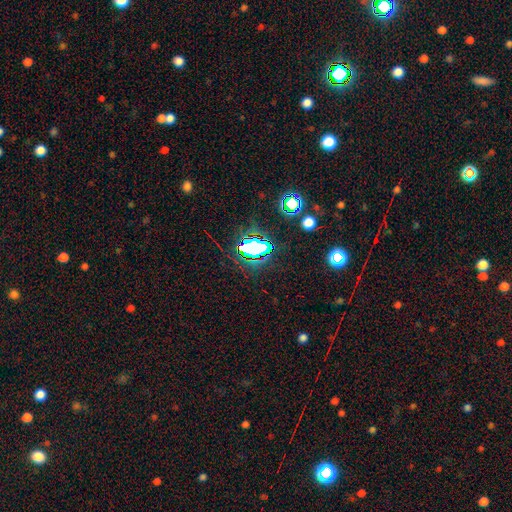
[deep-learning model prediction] Smooth or featured? star or artifact (79%)